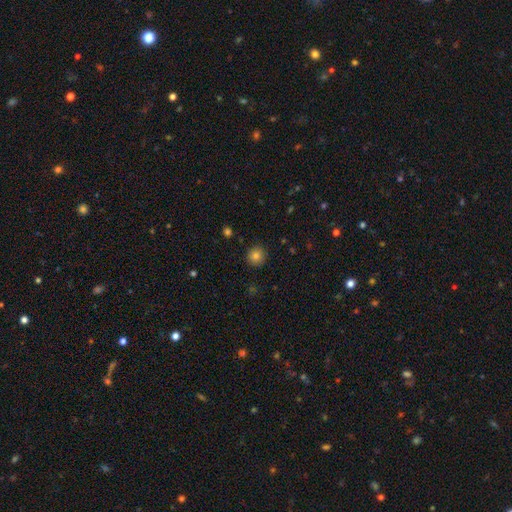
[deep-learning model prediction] Morphology: type=smooth (81%); roundness=round (94%); merging=none (90%).